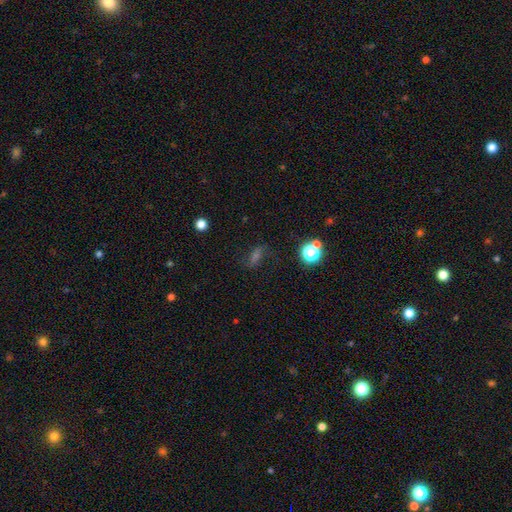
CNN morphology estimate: Q: Smooth or featured?
A: smooth (38%); runner-up: featured or disk (31%)
Q: Merging?
A: none (71%); runner-up: minor disturbance (17%)